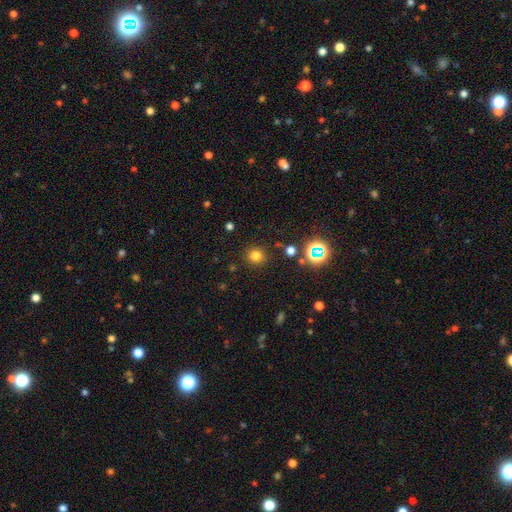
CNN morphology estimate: smooth-or-featured: smooth: 76% | star or artifact: 19% | featured or disk: 5%
  how-rounded: round: 89% | in between: 10% | cigar-shaped: 1%
  merging: none: 87% | minor disturbance: 8% | major disturbance: 3% | merger: 2%